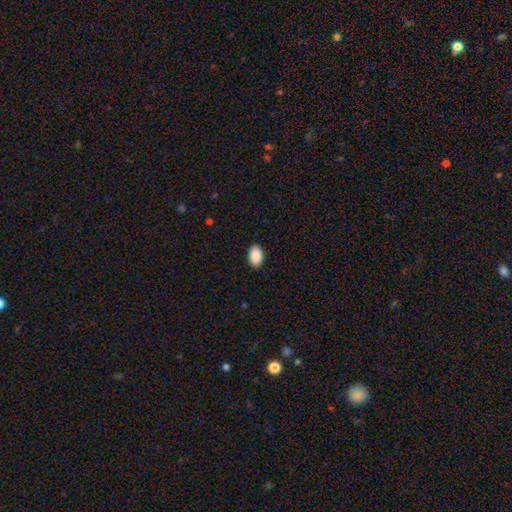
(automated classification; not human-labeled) smooth 89%, star or artifact 7%, featured or disk 4%. Down the decision tree: how rounded — in between (91%); merging — none (90%).